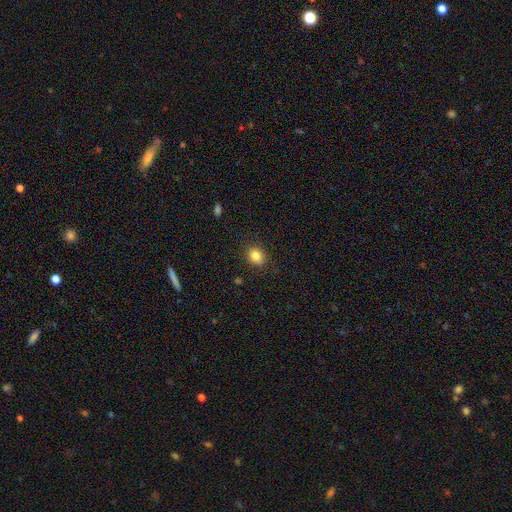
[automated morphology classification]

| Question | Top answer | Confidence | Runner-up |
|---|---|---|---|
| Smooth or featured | smooth | 83% | star or artifact (11%) |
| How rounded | round | 56% | in between (43%) |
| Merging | none | 85% | minor disturbance (11%) |